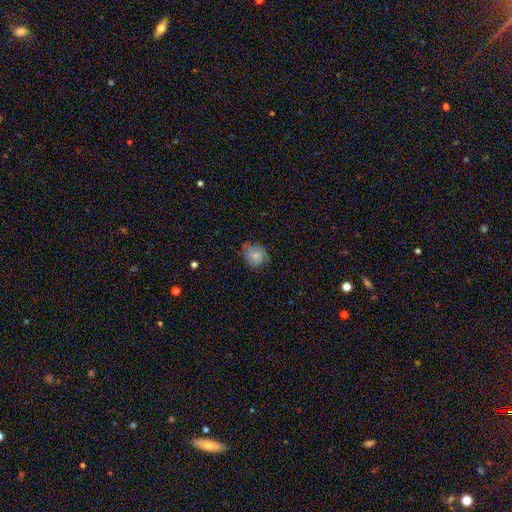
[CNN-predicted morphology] type=smooth (77%); roundness=round (65%); merging=none (63%).